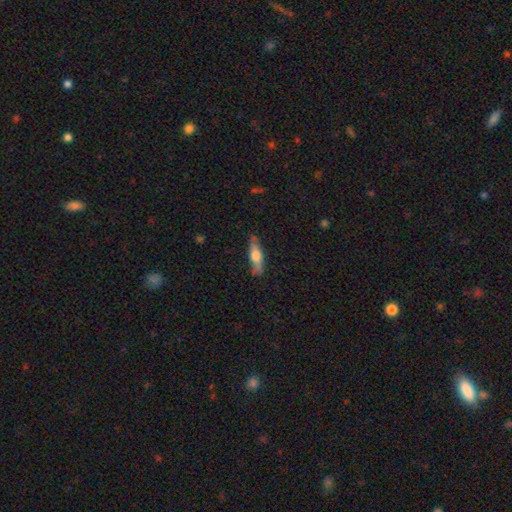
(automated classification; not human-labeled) Morphology: type=smooth (52%); roundness=cigar-shaped (69%); merging=none (80%).